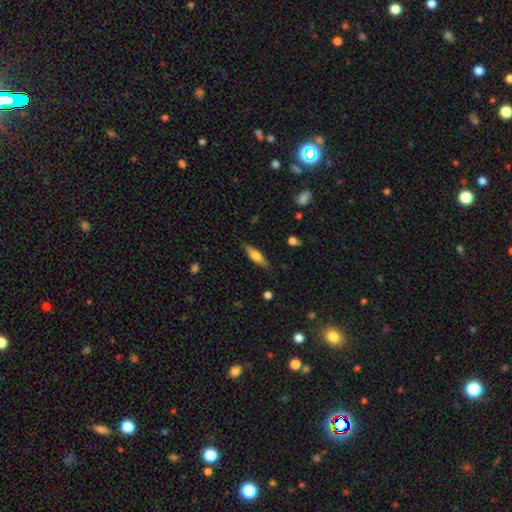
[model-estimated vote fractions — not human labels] smooth-or-featured: smooth: 62% | featured or disk: 31% | star or artifact: 6%
  how-rounded: cigar-shaped: 50% | in between: 48% | round: 2%
  merging: none: 80% | minor disturbance: 16% | major disturbance: 3% | merger: 1%